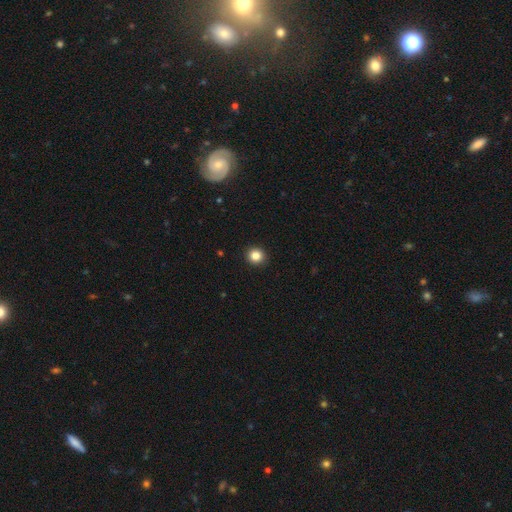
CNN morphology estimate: smooth 84%, star or artifact 11%, featured or disk 4%. Down the decision tree: how rounded — round (92%); merging — none (93%).